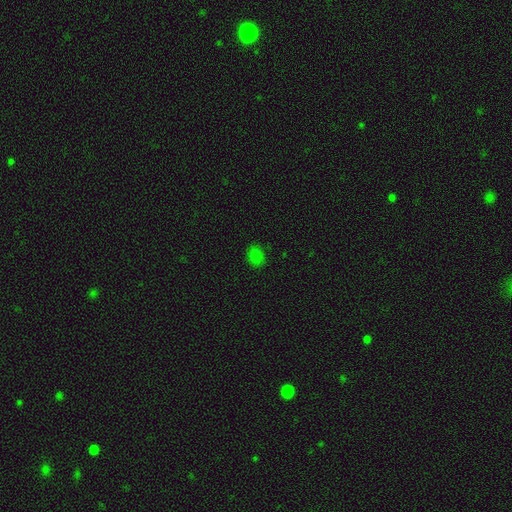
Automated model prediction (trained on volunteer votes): Smooth or featured? smooth (80%)
How rounded? in between (54%)
Merging? none (85%)